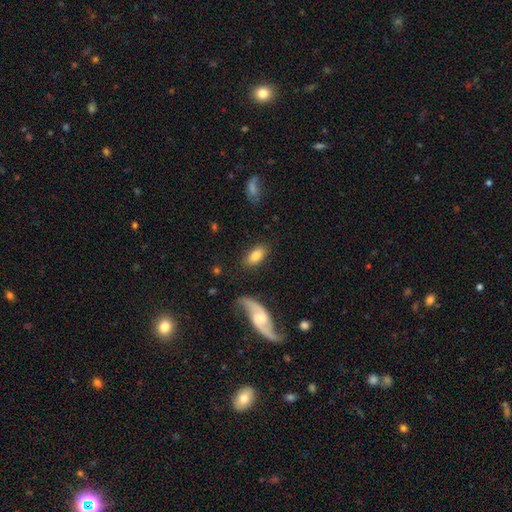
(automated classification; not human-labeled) Smooth or featured: smooth — 79% (featured or disk — 14%)
How rounded: in between — 90% (cigar-shaped — 7%)
Merging: none — 79% (minor disturbance — 13%)